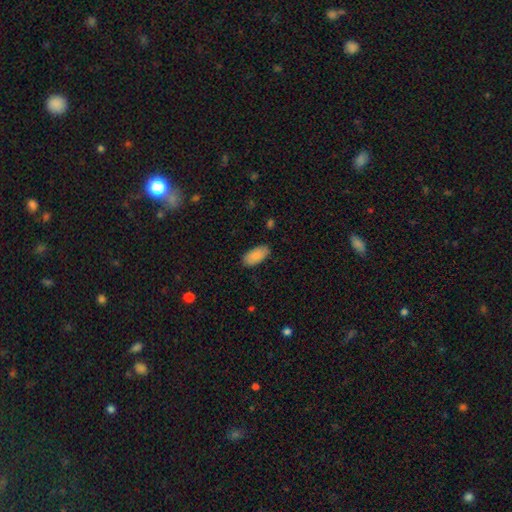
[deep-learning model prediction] The model was most divided on "merging": none: 83%, minor disturbance: 13%, major disturbance: 2%, merger: 1%. More confident: how rounded — in between (94%); smooth or featured — smooth (87%).